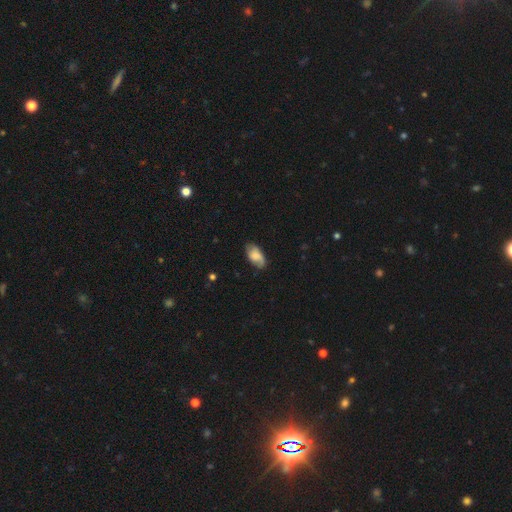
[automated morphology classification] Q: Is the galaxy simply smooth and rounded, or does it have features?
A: smooth — 69%.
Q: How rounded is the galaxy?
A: in between — 93%.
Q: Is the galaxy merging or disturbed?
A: none — 70%.